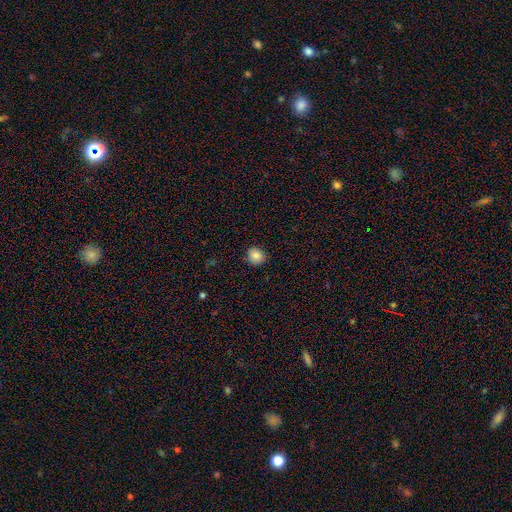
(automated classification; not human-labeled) Smooth or featured? Predicted: smooth (p=0.85). How rounded? Predicted: round (p=0.84). Merging? Predicted: none (p=0.88).